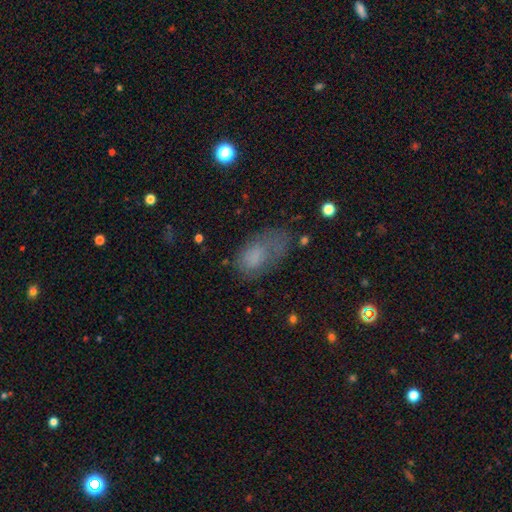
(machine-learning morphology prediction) This appears to be a smooth galaxy with no disk features (68%) that is in between round and cigar-shaped (91%). Merging: none (42%).